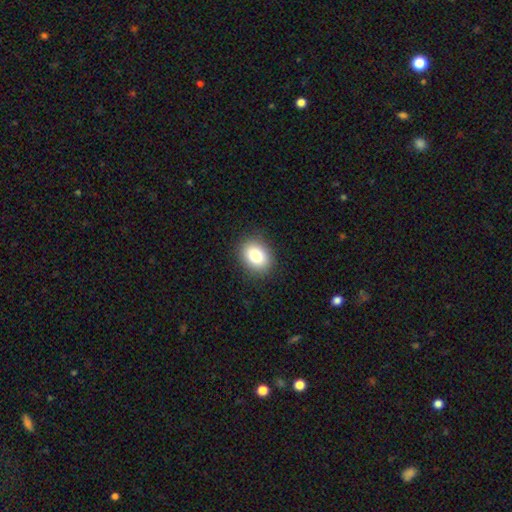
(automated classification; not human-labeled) Smooth or featured? Predicted: smooth (p=0.82). How rounded? Predicted: in between (p=0.56). Merging? Predicted: none (p=0.89).